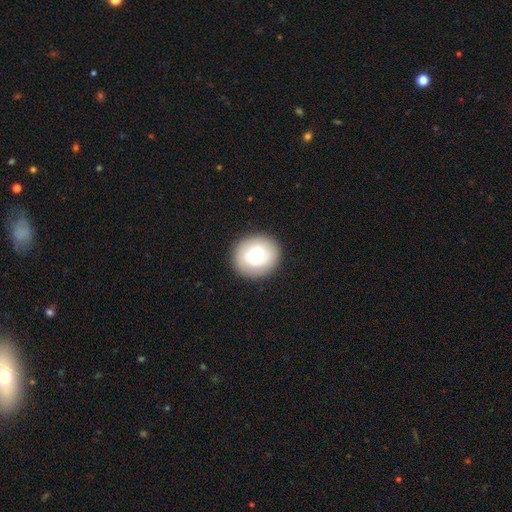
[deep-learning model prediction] The model was most divided on "smooth or featured": smooth: 69%, featured or disk: 22%, star or artifact: 8%. More confident: merging — none (89%); how rounded — round (83%).